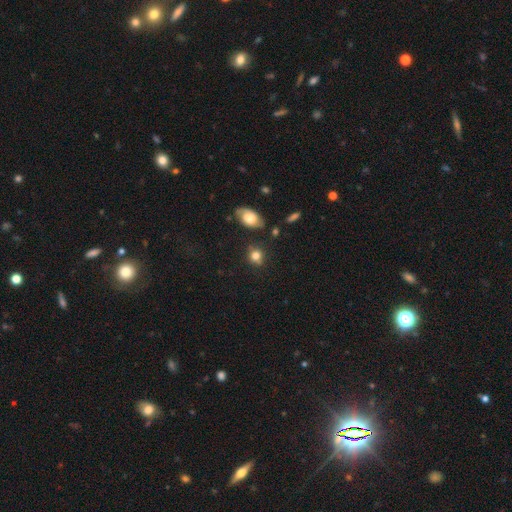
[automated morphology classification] smooth_or_featured: smooth (p=0.78) [alt: star or artifact p=0.12]
how_rounded: round (p=0.70) [alt: in between p=0.28]
merging: none (p=0.73) [alt: minor disturbance p=0.16]